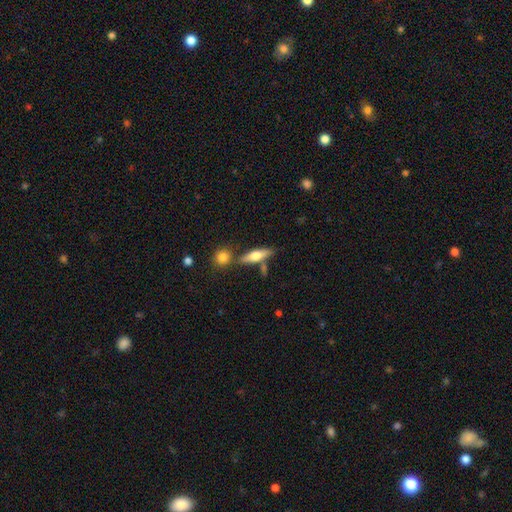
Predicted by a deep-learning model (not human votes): A smooth galaxy with no disk features (57%) that is cigar-shaped (56%).

Vote fractions:
- Smooth or featured? smooth: 57% / featured or disk: 36% / star or artifact: 6%
- How rounded? cigar-shaped: 56% / in between: 40% / round: 3%
- Merging? none: 67% / merger: 16% / minor disturbance: 13% / major disturbance: 4%